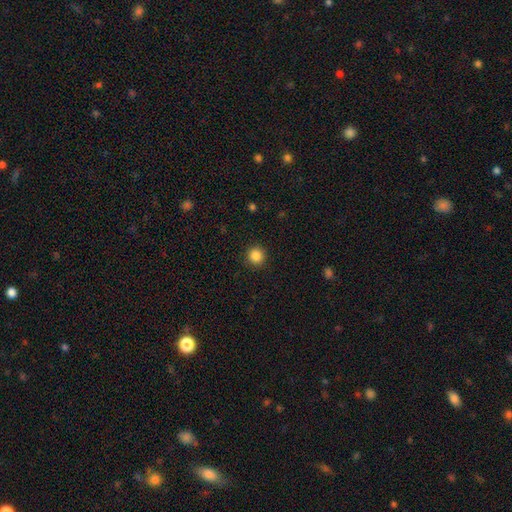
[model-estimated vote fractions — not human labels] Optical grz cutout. It shows a smooth galaxy with no disk features (86%) that is round (94%). Merging: none (92%).